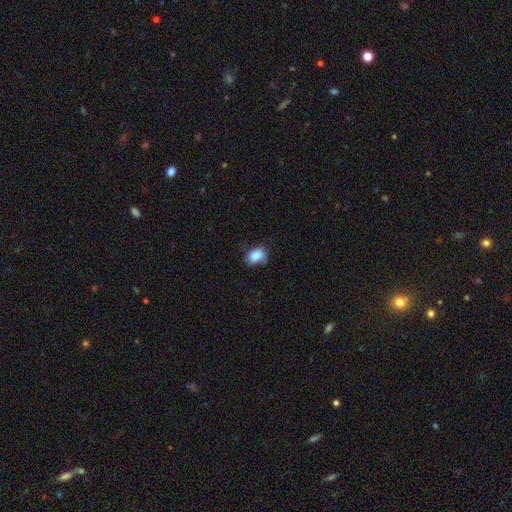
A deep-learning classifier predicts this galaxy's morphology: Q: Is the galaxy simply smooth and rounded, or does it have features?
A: smooth — 83%.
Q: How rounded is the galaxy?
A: in between — 63%.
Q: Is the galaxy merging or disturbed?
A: none — 60%.